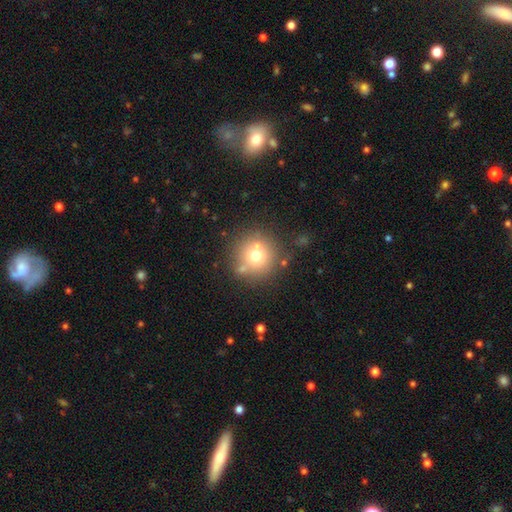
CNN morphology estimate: A smooth galaxy with no disk features (67%) that is round (94%).

Vote fractions:
- Smooth or featured? smooth: 67% / featured or disk: 18% / star or artifact: 15%
- How rounded? round: 94% / in between: 5% / cigar-shaped: 1%
- Merging? none: 74% / merger: 12% / minor disturbance: 10% / major disturbance: 4%